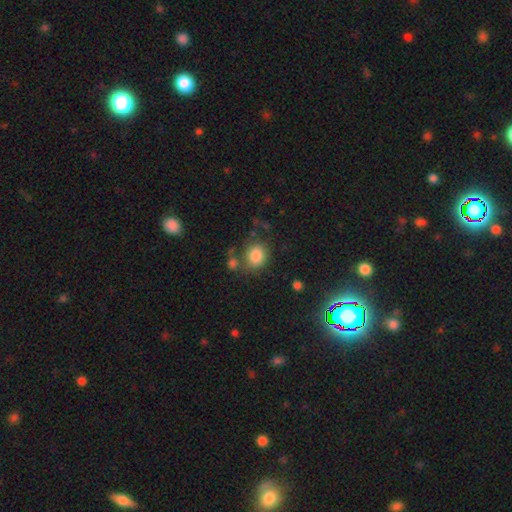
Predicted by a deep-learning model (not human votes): Smooth or featured?
  - smooth: 84% *
  - star or artifact: 9%
  - featured or disk: 7%
How rounded?
  - round: 67% *
  - in between: 32%
  - cigar-shaped: 1%
Merging?
  - none: 62% *
  - minor disturbance: 17%
  - merger: 13%
  - major disturbance: 8%